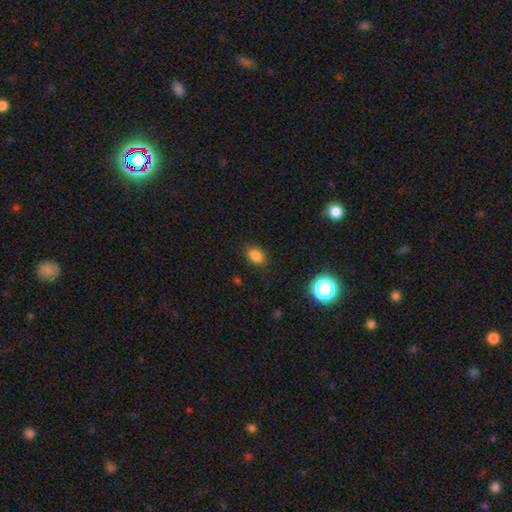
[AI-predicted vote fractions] A smooth galaxy with no disk features (83%) that is in between round and cigar-shaped (70%).

Vote fractions:
- Smooth or featured? smooth: 83% / star or artifact: 12% / featured or disk: 5%
- How rounded? in between: 70% / round: 29% / cigar-shaped: 1%
- Merging? none: 84% / minor disturbance: 12% / major disturbance: 3% / merger: 1%